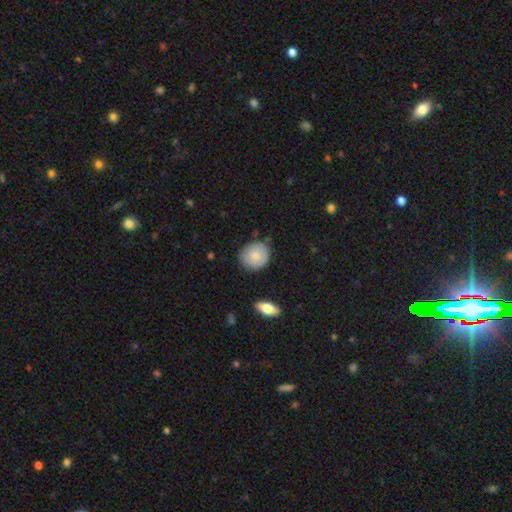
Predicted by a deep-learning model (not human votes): Smooth or featured? smooth (81%)
How rounded? round (77%)
Merging? none (75%)